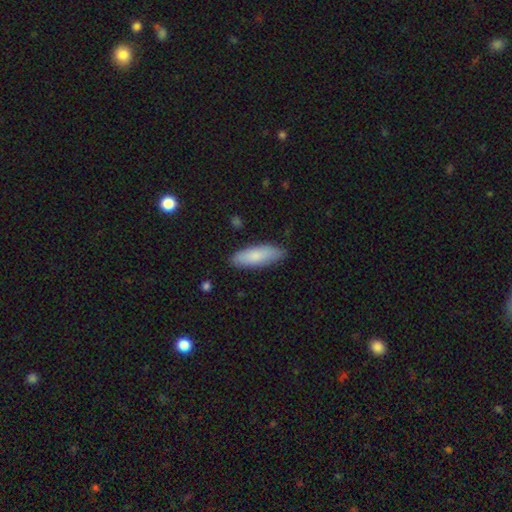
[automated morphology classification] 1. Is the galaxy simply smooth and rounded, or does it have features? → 82% smooth, 13% featured or disk, 5% star or artifact.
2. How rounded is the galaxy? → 54% in between, 44% cigar-shaped, 2% round.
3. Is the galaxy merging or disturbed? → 84% none, 13% minor disturbance, 2% major disturbance, 1% merger.